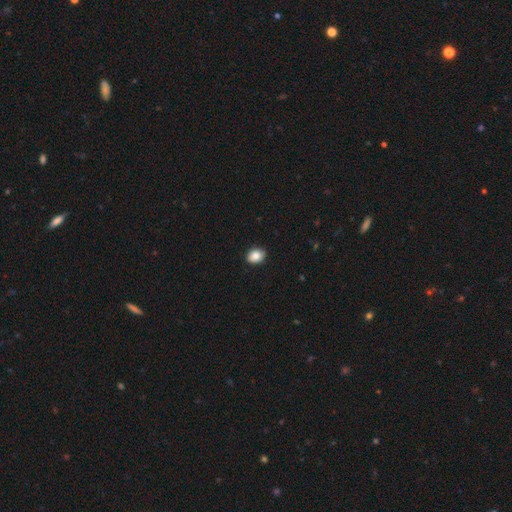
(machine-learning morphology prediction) Smooth or featured: smooth — 86% (star or artifact — 8%)
How rounded: in between — 58% (round — 41%)
Merging: none — 89% (minor disturbance — 8%)